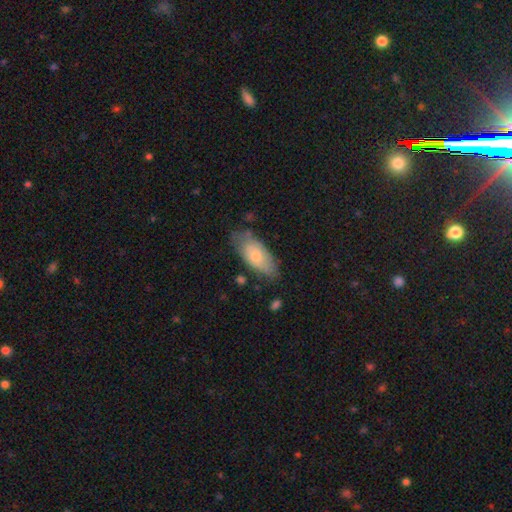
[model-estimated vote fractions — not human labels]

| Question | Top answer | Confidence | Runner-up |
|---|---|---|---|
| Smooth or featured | smooth | 67% | featured or disk (27%) |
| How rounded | in between | 87% | cigar-shaped (10%) |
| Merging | none | 63% | minor disturbance (28%) |